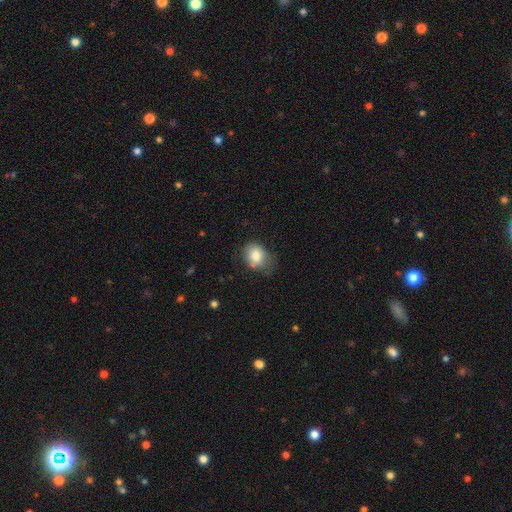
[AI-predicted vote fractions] This appears to be a smooth galaxy with no disk features (81%) that is in between round and cigar-shaped (64%). Merging: none (50%).